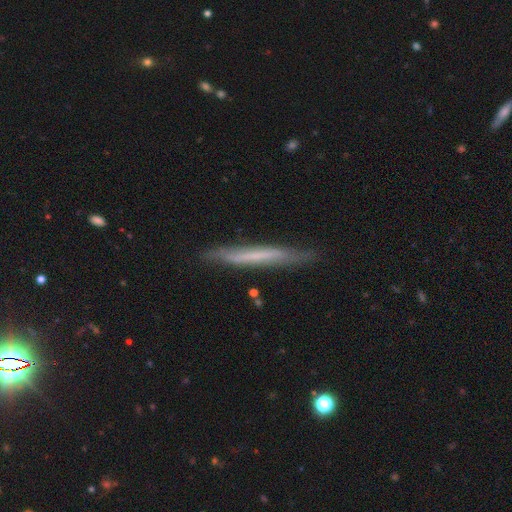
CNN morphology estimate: The model was most divided on "smooth or featured": featured or disk: 49%, smooth: 45%, star or artifact: 7%. More confident: merging — none (82%).